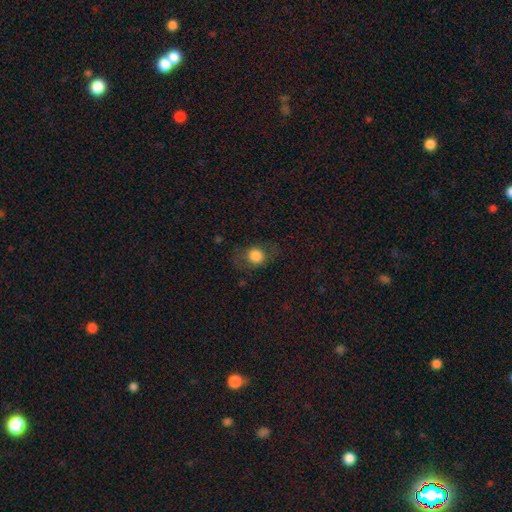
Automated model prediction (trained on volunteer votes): A smooth galaxy with no disk features (76%) that is round (69%). Merging: none (72%).